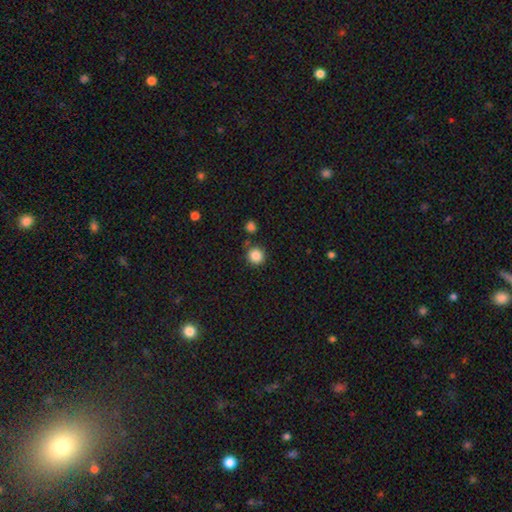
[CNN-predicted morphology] Smooth or featured: smooth — 86% (star or artifact — 10%)
How rounded: round — 93% (in between — 6%)
Merging: none — 83% (minor disturbance — 8%)